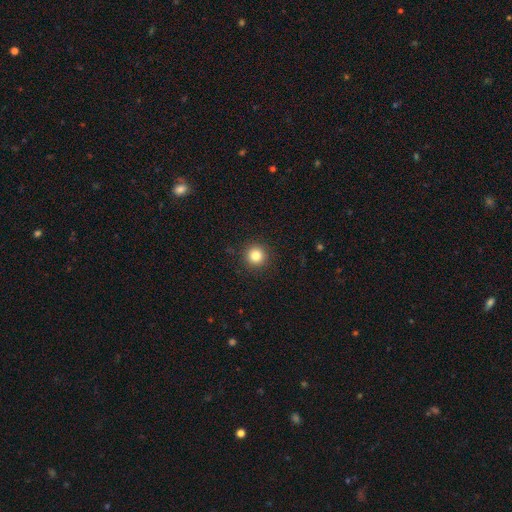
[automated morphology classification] smooth 83%, star or artifact 12%, featured or disk 5%. Down the decision tree: how rounded — round (95%); merging — none (92%).